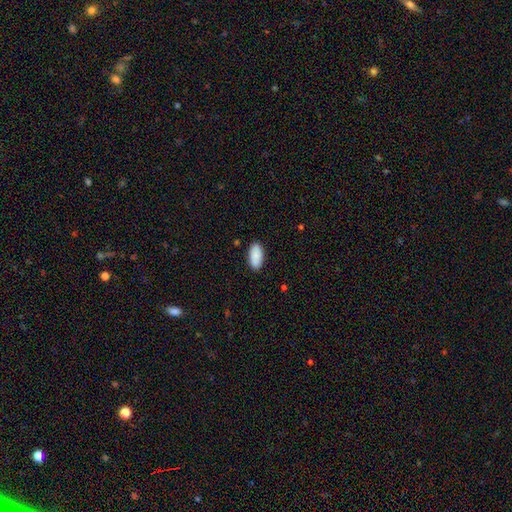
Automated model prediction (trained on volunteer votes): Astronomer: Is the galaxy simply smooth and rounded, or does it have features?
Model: smooth — 90%.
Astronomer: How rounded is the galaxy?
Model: in between — 93%.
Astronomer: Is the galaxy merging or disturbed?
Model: none — 89%.